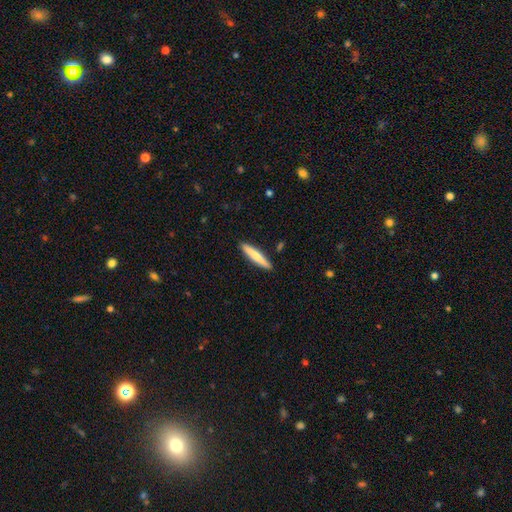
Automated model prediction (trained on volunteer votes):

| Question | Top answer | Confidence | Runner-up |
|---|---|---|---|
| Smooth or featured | smooth | 70% | featured or disk (24%) |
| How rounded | cigar-shaped | 91% | in between (8%) |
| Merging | none | 90% | minor disturbance (7%) |